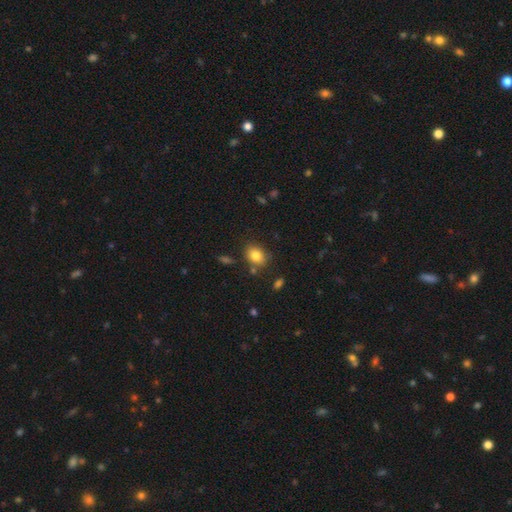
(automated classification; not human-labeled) smooth_or_featured: smooth (p=0.82) [alt: star or artifact p=0.10]
how_rounded: in between (p=0.59) [alt: round p=0.40]
merging: none (p=0.79) [alt: minor disturbance p=0.13]